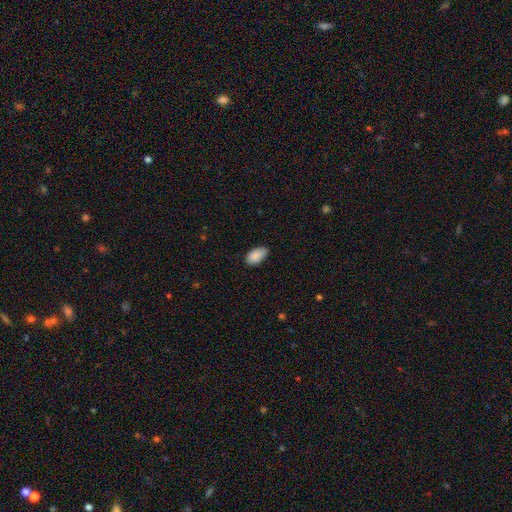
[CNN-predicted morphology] Smooth or featured: smooth — 89% (star or artifact — 7%)
How rounded: in between — 95% (round — 3%)
Merging: none — 79% (minor disturbance — 18%)